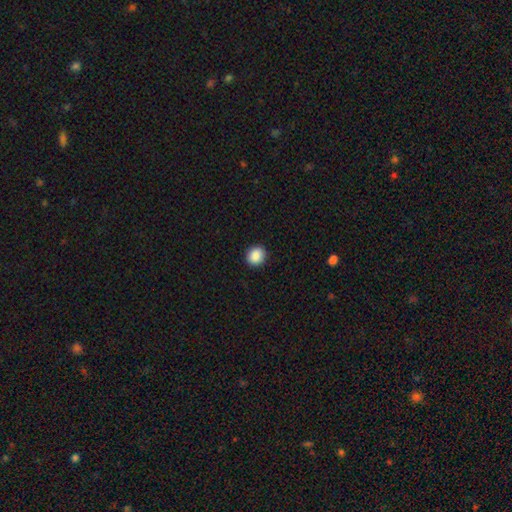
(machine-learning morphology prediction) smooth-or-featured: smooth: 89% | star or artifact: 8% | featured or disk: 3%
  how-rounded: round: 81% | in between: 18% | cigar-shaped: 1%
  merging: none: 91% | minor disturbance: 6% | major disturbance: 2% | merger: 1%